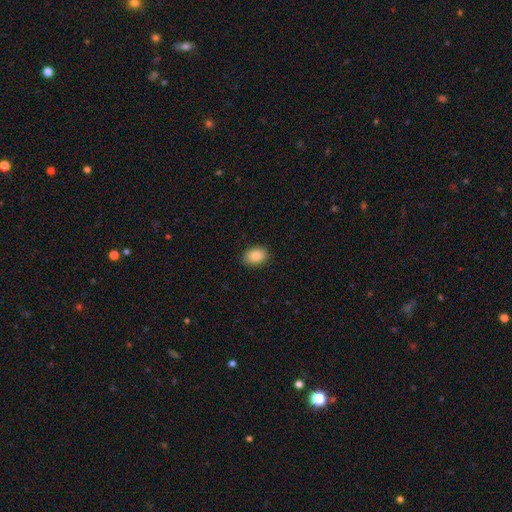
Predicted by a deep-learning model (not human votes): Morphology: type=smooth (87%); roundness=in between (81%); merging=none (89%).